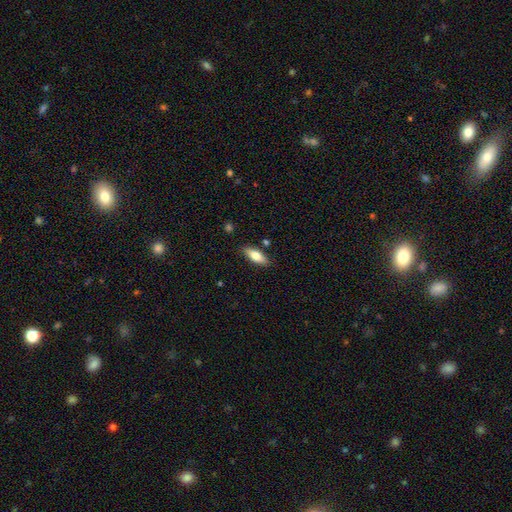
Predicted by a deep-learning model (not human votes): smooth-or-featured: smooth: 72% | featured or disk: 21% | star or artifact: 6%
  how-rounded: in between: 72% | cigar-shaped: 26% | round: 2%
  merging: none: 84% | minor disturbance: 11% | merger: 3% | major disturbance: 2%